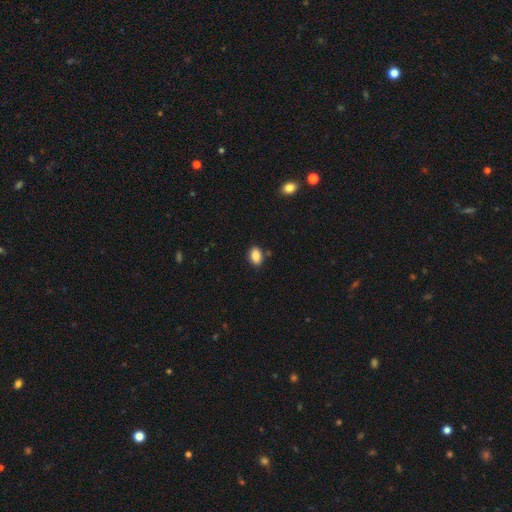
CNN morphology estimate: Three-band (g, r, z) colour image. It shows a smooth galaxy with no disk features (87%) that is in between round and cigar-shaped (85%). Merging: none (85%).